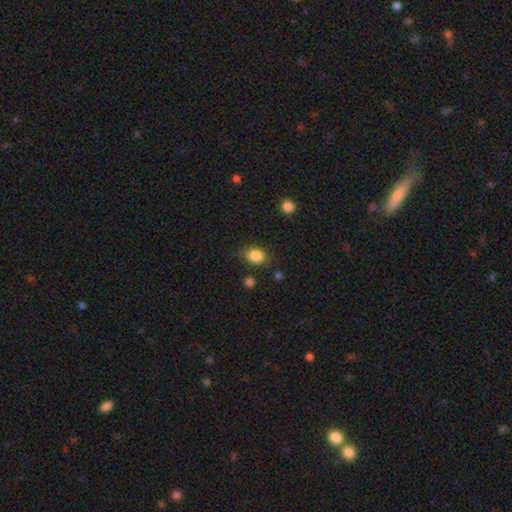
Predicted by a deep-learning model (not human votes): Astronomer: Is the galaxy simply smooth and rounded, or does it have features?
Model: smooth — 85%.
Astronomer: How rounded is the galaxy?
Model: in between — 60% (runner-up: round, 38%).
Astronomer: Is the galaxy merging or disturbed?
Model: none — 76%.